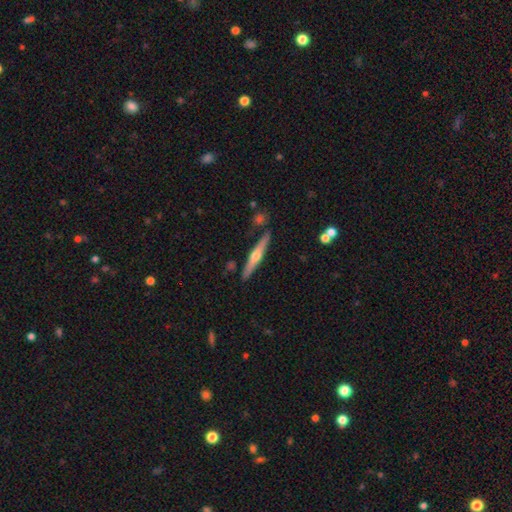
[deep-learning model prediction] Morphology: type=featured or disk (69%); edge-on=yes (97%); edge-on bulge=rounded (92%); merging=none (87%).